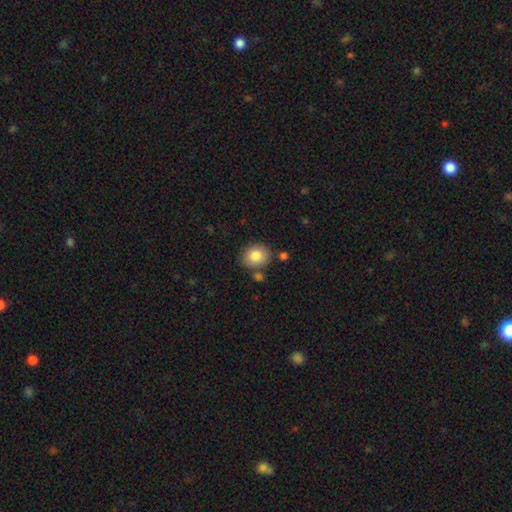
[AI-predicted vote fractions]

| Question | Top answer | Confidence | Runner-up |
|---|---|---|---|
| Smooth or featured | smooth | 83% | featured or disk (9%) |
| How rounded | round | 65% | in between (34%) |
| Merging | none | 77% | minor disturbance (13%) |